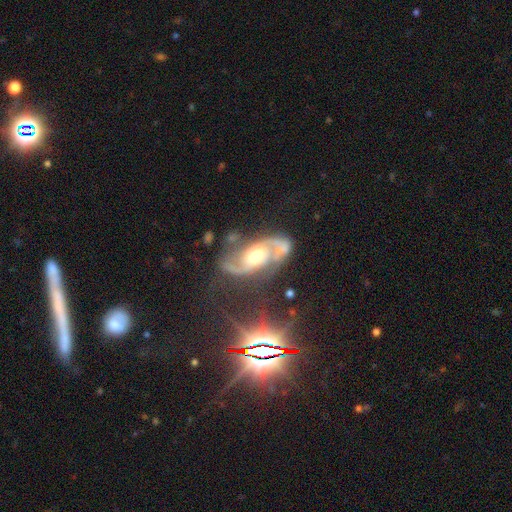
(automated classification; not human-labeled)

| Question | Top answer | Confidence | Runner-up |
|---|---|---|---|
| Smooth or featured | featured or disk | 87% | smooth (7%) |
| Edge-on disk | no | 96% | yes (4%) |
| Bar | no | 55% | weak (33%) |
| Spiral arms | yes | 95% | no (5%) |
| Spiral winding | medium | 52% | loose (28%) |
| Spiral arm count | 2 | 90% | can't tell (4%) |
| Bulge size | moderate | 68% | small (15%) |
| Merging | none | 59% | minor disturbance (19%) |